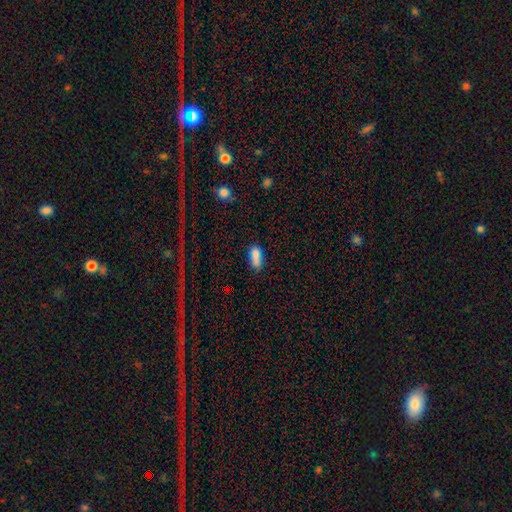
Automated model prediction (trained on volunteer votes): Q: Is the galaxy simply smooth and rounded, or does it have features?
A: smooth — 82%.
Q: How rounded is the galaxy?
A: in between — 82%.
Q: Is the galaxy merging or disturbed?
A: none — 57%.